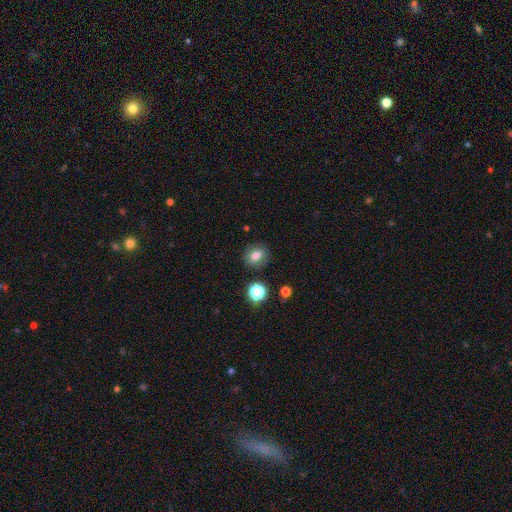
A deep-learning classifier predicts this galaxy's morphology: A smooth galaxy with no disk features (75%) that is round (63%). Merging: none (85%).